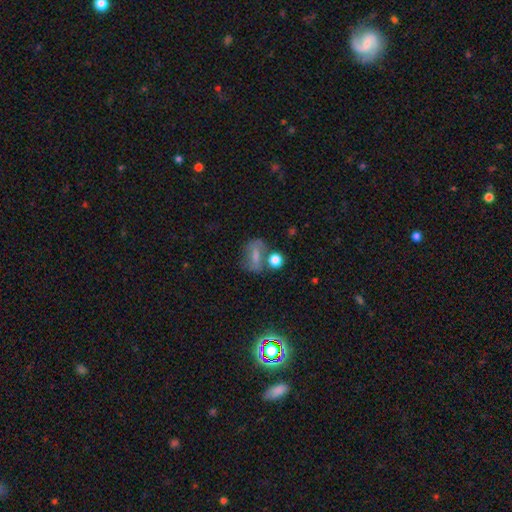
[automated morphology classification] Q: Smooth or featured?
A: smooth (54%); runner-up: featured or disk (30%)
Q: How rounded?
A: in between (62%); runner-up: round (33%)
Q: Merging?
A: none (49%); runner-up: merger (20%)